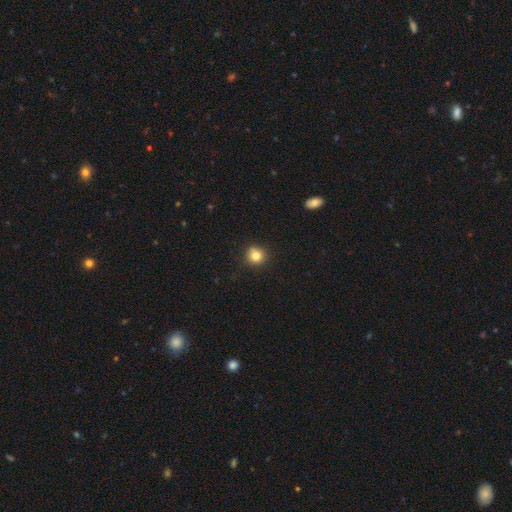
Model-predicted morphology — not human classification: Smooth or featured: smooth — 82% (star or artifact — 12%)
How rounded: round — 90% (in between — 9%)
Merging: none — 83% (minor disturbance — 12%)